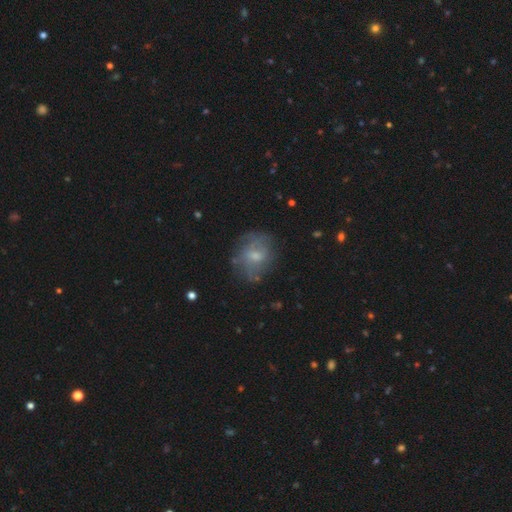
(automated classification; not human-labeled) featured or disk 48%, smooth 41%, star or artifact 11%. Down the decision tree: merging — none (65%).